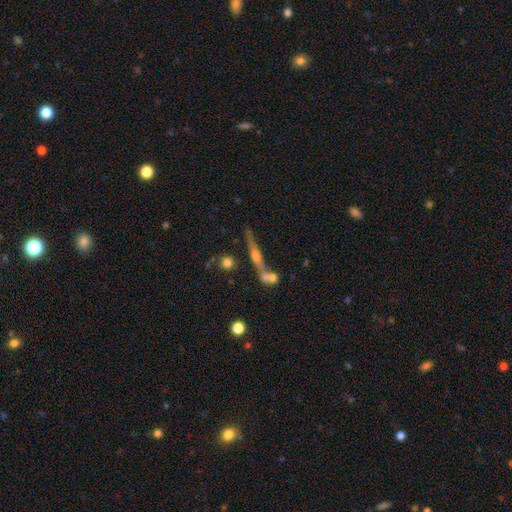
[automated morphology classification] Smooth or featured? featured or disk (63%)
Edge-on disk? yes (88%)
Edge-on bulge? rounded (81%)
Merging? none (54%)